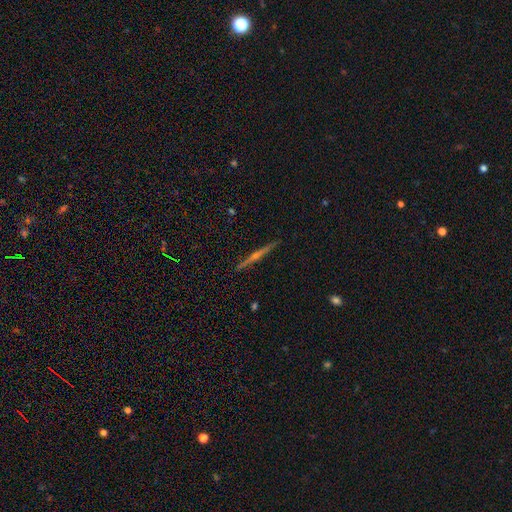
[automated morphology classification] A featured or disk galaxy (79%) viewed edge-on (98%) with a rounded central bulge (80%).

Vote fractions:
- Smooth or featured? featured or disk: 79% / smooth: 14% / star or artifact: 7%
- Edge-on disk? yes: 98% / no: 2%
- Edge-on bulge? rounded: 80% / none: 15% / boxy: 5%
- Merging? none: 92% / minor disturbance: 5% / major disturbance: 1% / merger: 1%